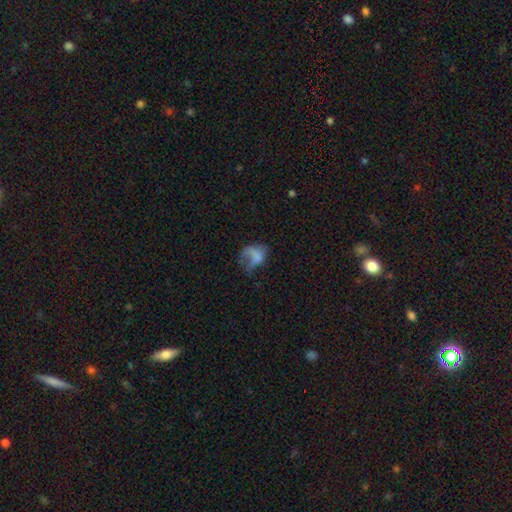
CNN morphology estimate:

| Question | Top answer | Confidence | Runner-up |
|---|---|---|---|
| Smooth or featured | smooth | 53% | featured or disk (35%) |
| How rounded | in between | 72% | round (26%) |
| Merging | major disturbance | 53% | none (23%) |